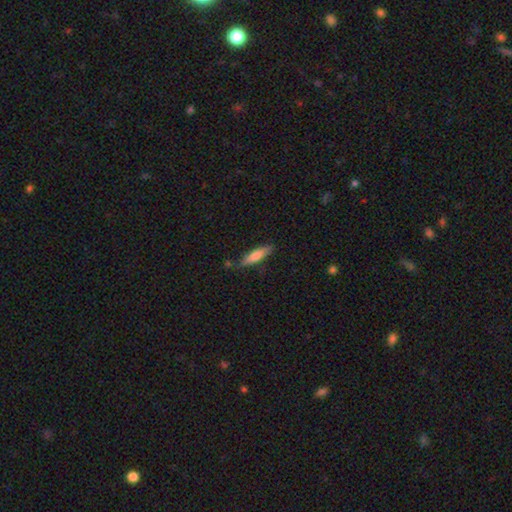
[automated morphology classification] A smooth galaxy with no disk features (68%) that is cigar-shaped (77%).

Vote fractions:
- Smooth or featured? smooth: 68% / featured or disk: 26% / star or artifact: 6%
- How rounded? cigar-shaped: 77% / in between: 22% / round: 2%
- Merging? none: 79% / minor disturbance: 14% / merger: 4% / major disturbance: 3%